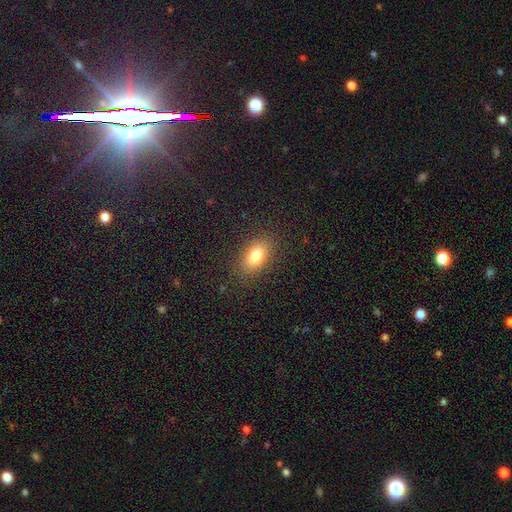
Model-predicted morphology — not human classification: smooth-or-featured: smooth: 79% | featured or disk: 11% | star or artifact: 10%
  how-rounded: in between: 87% | round: 9% | cigar-shaped: 3%
  merging: none: 86% | minor disturbance: 9% | major disturbance: 4% | merger: 1%